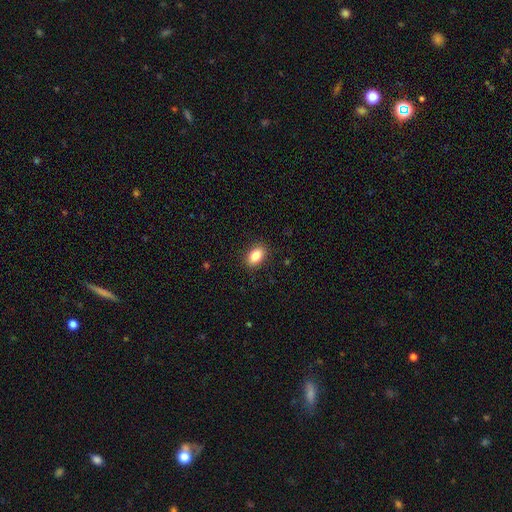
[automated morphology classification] Overall: smooth (85%). How rounded: in between (88%). Merging: none (89%).